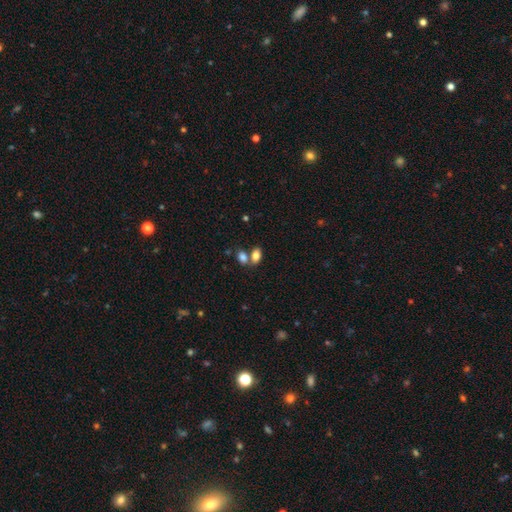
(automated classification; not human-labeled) Morphology: type=smooth (83%); roundness=in between (88%); merging=none (44%, tied with merger).